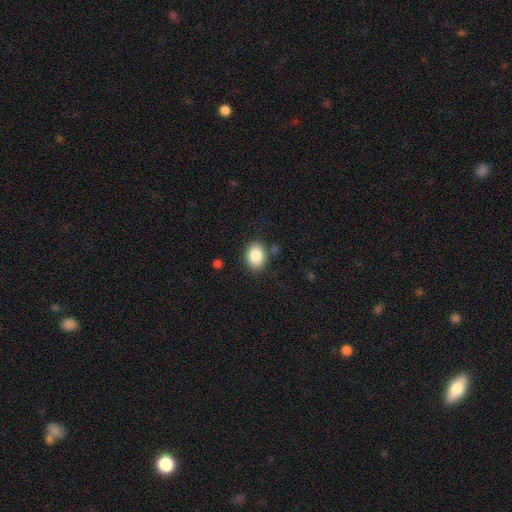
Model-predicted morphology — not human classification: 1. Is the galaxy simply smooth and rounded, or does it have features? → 86% smooth, 8% star or artifact, 6% featured or disk.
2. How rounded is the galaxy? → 70% in between, 29% round, 1% cigar-shaped.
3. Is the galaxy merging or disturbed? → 82% none, 12% minor disturbance, 3% major disturbance, 3% merger.